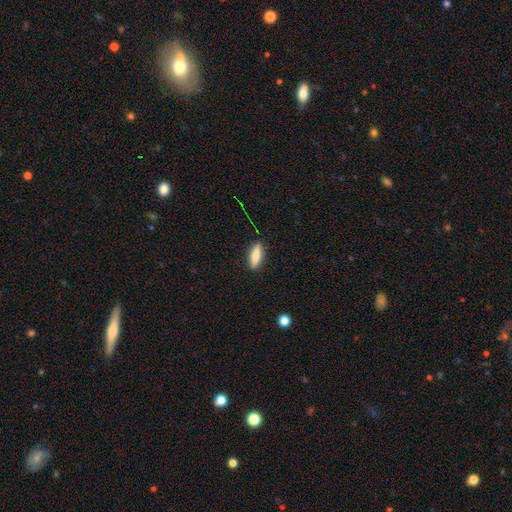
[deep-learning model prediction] Morphology: type=smooth (78%); roundness=cigar-shaped (60%); merging=none (88%).